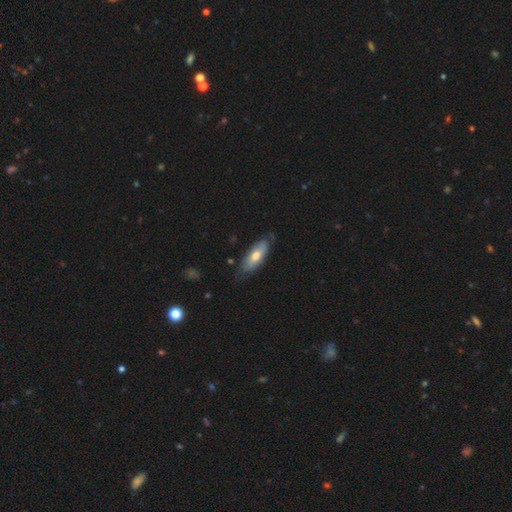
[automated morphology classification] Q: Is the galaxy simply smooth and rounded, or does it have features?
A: smooth — 56%.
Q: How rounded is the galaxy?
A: in between — 70%.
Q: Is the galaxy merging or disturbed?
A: none — 71%.